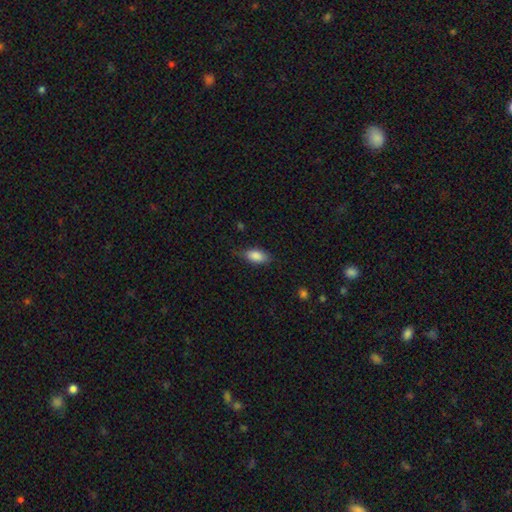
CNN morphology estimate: type=smooth (86%); roundness=in between (88%); merging=none (72%).